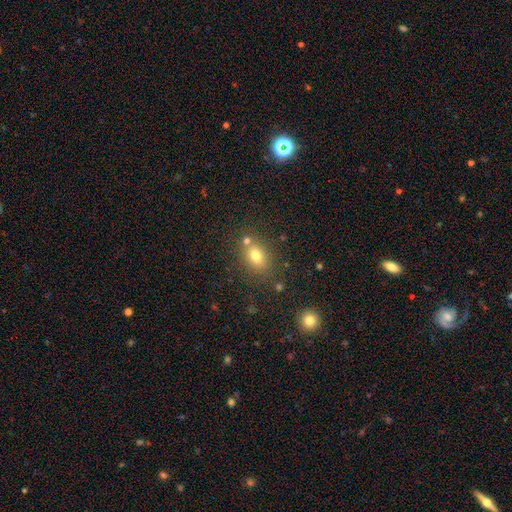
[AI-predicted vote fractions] Smooth or featured? Predicted: smooth (p=0.75). How rounded? Predicted: in between (p=0.69). Merging? Predicted: none (p=0.68).